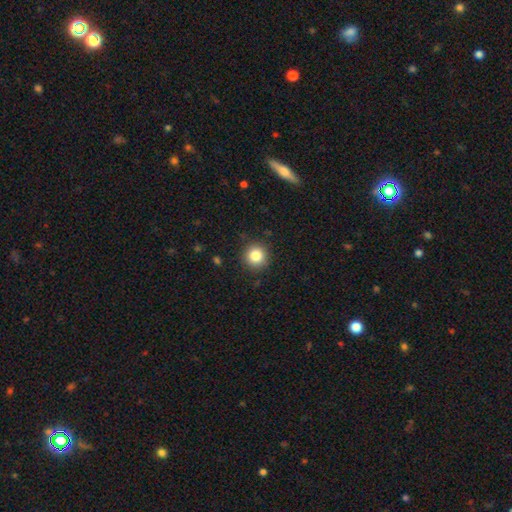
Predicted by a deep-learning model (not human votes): Overall: smooth (84%). How rounded: round (94%). Merging: none (90%).